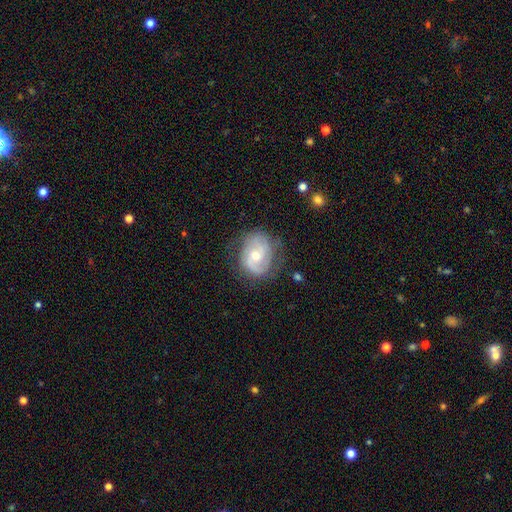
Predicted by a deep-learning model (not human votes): A featured or disk galaxy (72%) with no bar (57%), 2 (64%) medium (42%) spiral arms (88%) and a moderate central bulge (57%). Merging: none (67%).